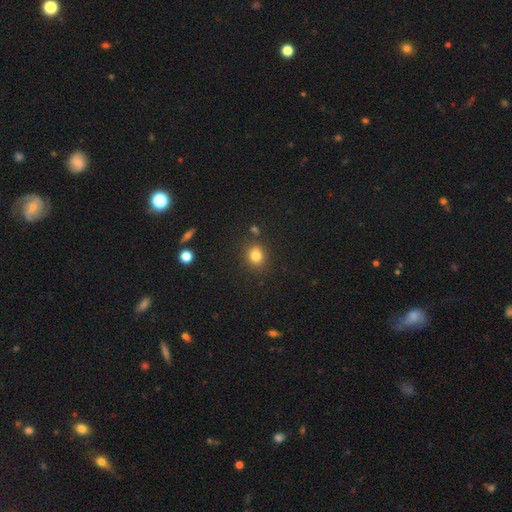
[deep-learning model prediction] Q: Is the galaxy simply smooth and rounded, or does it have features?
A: smooth — 80%.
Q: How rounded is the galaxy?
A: round — 75%.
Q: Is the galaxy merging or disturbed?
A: none — 83%.